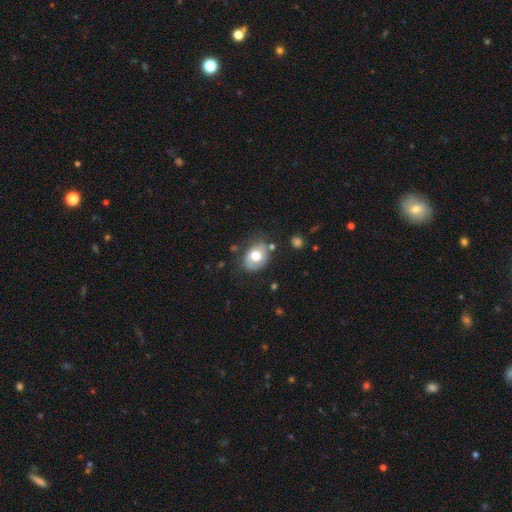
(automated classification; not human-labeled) smooth 66%, featured or disk 27%, star or artifact 8%. Down the decision tree: how rounded — in between (65%); merging — none (64%).